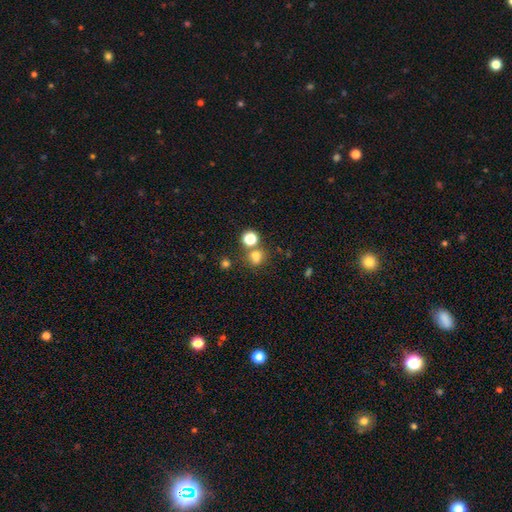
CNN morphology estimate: smooth 70%, star or artifact 21%, featured or disk 9%. Down the decision tree: how rounded — round (69%); merging — none (58%).